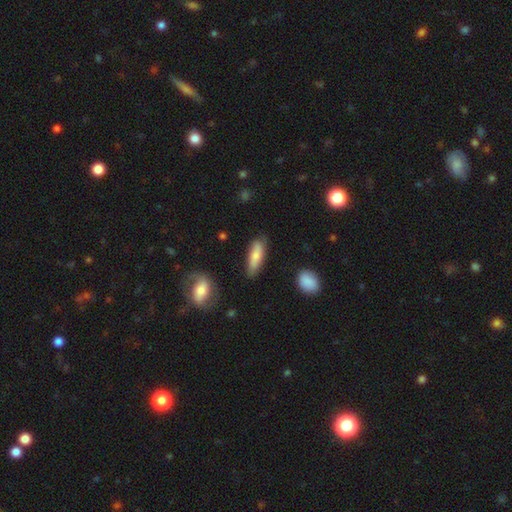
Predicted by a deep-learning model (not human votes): Smooth or featured? smooth (73%)
How rounded? in between (51%)
Merging? none (76%)